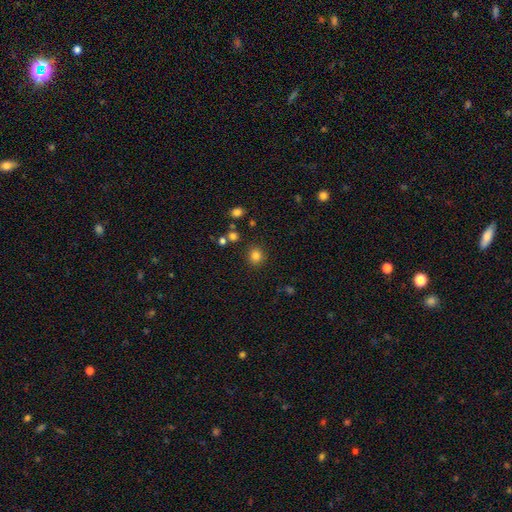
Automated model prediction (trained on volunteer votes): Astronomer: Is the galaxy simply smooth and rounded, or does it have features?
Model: smooth — 82%.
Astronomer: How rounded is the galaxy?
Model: round — 84%.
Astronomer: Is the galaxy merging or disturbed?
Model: none — 87%.